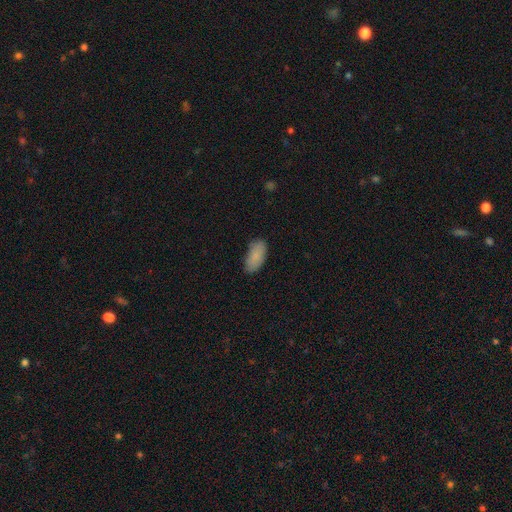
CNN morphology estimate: Overall: smooth (87%). How rounded: in between (91%). Merging: none (78%).